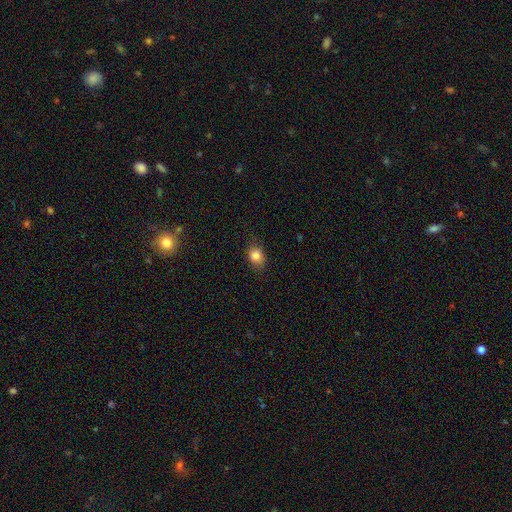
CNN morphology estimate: The model was most divided on "how rounded": in between: 55%, round: 43%, cigar-shaped: 1%. More confident: smooth or featured — smooth (82%); merging — none (79%).